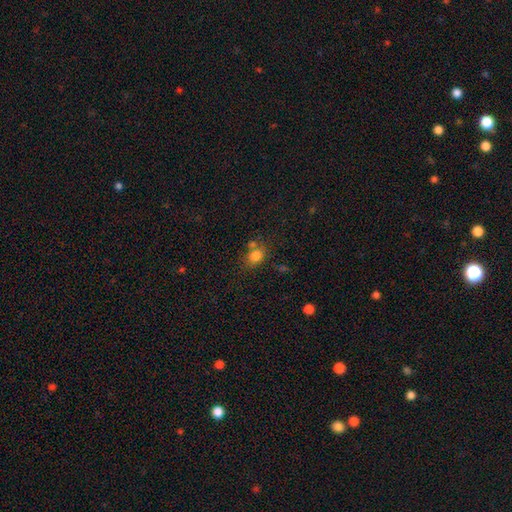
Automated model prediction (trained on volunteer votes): Morphology: type=smooth (80%); roundness=in between (54%); merging=none (60%).